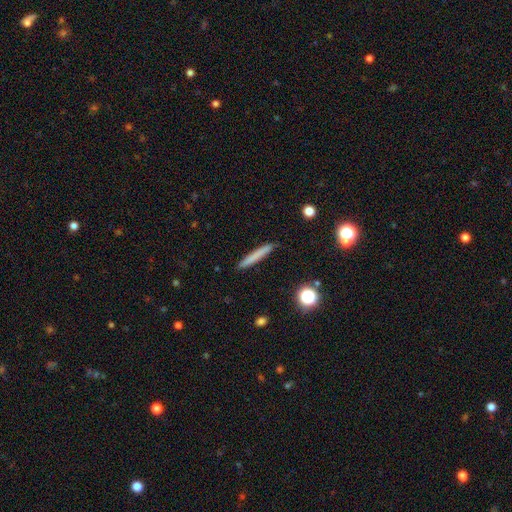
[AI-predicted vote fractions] Morphology: type=smooth (73%); roundness=cigar-shaped (96%); merging=none (91%).